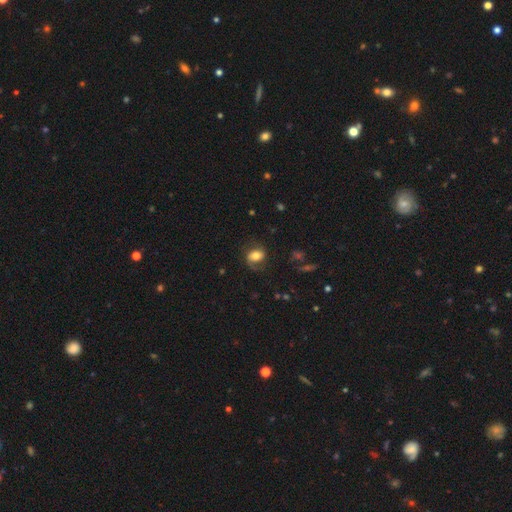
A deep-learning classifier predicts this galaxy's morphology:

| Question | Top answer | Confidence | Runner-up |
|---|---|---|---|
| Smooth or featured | smooth | 46% | featured or disk (45%) |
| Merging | none | 65% | minor disturbance (19%) |